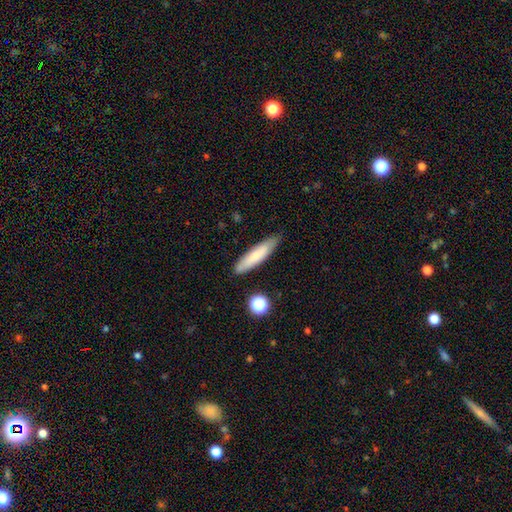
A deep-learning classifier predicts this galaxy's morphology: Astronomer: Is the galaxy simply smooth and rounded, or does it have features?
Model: smooth — 74%.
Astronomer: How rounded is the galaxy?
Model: cigar-shaped — 81%.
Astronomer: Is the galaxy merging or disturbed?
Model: none — 81%.